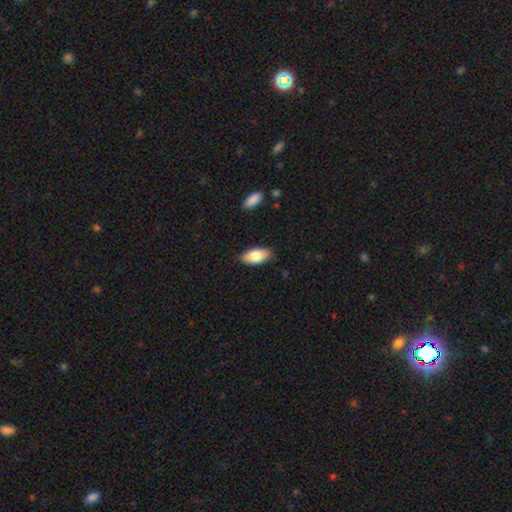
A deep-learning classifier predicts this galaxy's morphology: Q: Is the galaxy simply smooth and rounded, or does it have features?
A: smooth — 82%.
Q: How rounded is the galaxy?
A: in between — 92%.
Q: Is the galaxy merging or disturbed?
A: none — 86%.